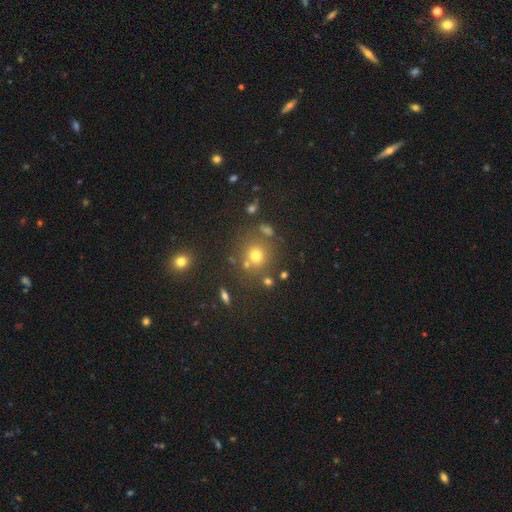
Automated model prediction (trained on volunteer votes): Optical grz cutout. It shows a smooth galaxy with no disk features (68%) that is round (87%). Merging: none (73%).